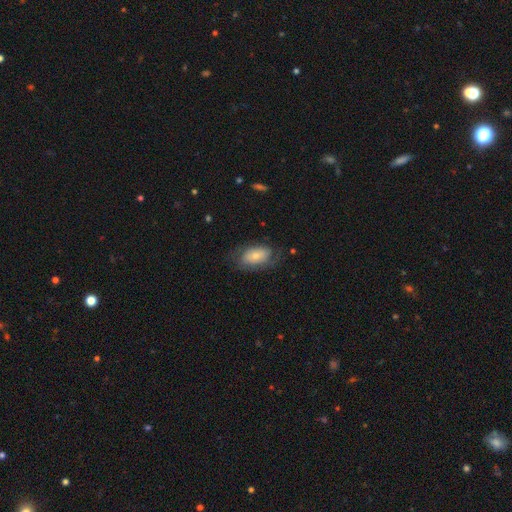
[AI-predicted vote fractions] Smooth or featured: smooth — 59% (featured or disk — 34%)
How rounded: in between — 91% (round — 6%)
Merging: none — 61% (minor disturbance — 24%)